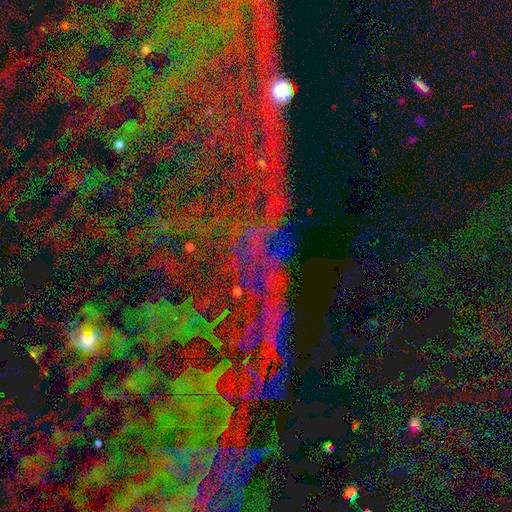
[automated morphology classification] star or artifact 82%, featured or disk 9%, smooth 8%.